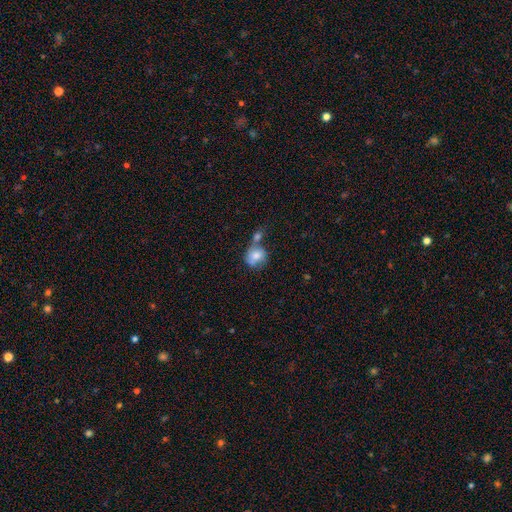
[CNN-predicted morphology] Smooth or featured? smooth (74%)
How rounded? round (67%)
Merging? merger (46%)